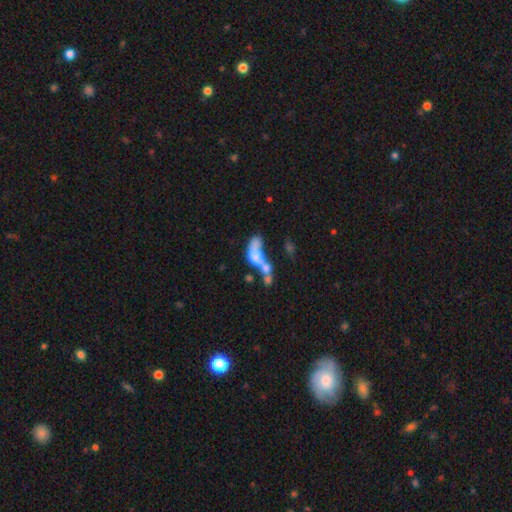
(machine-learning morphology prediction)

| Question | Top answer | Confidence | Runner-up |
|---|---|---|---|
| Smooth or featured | smooth | 47% | featured or disk (41%) |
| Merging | merger | 63% | major disturbance (20%) |